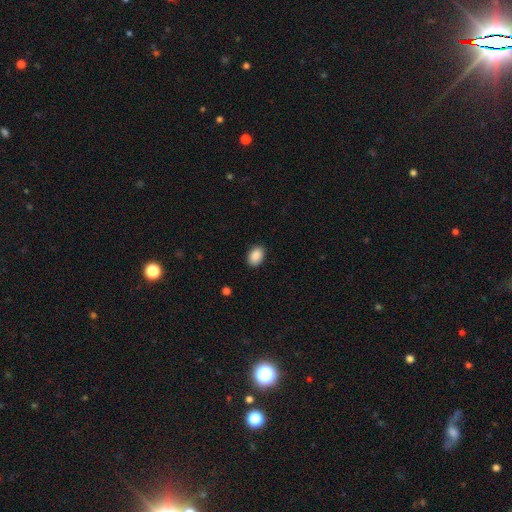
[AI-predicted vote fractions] A smooth galaxy with no disk features (90%) that is in between round and cigar-shaped (84%). Merging: none (88%).